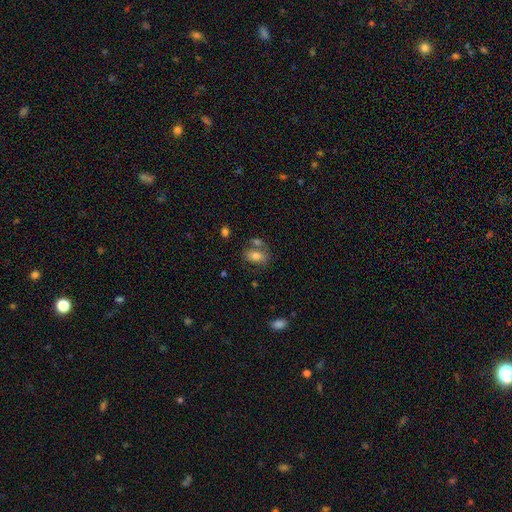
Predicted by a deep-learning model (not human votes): The model was most divided on "merging": none: 52%, merger: 26%, minor disturbance: 15%, major disturbance: 6%. More confident: how rounded — in between (84%); smooth or featured — smooth (73%).